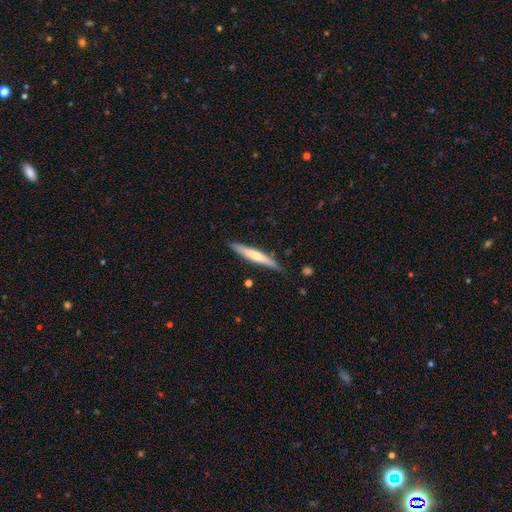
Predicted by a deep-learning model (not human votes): Smooth or featured: smooth — 57% (featured or disk — 38%)
How rounded: cigar-shaped — 93% (in between — 6%)
Merging: none — 84% (minor disturbance — 13%)